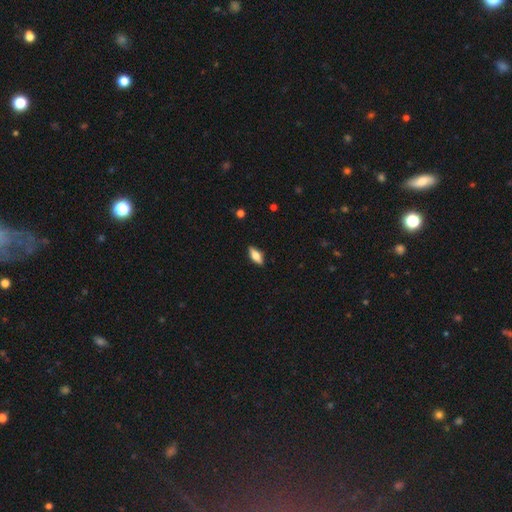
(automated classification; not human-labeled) Smooth or featured? smooth (61%)
How rounded? in between (75%)
Merging? none (88%)